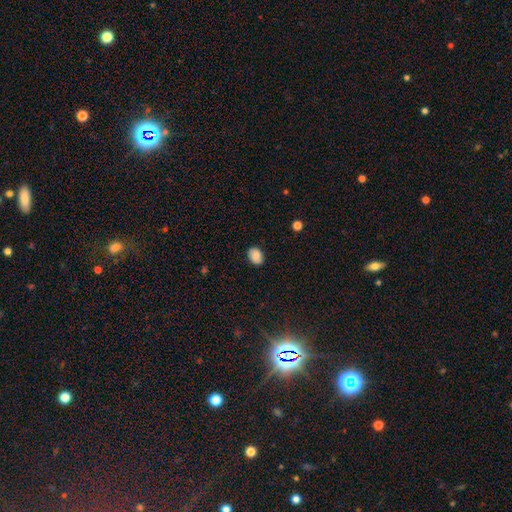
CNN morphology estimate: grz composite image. It shows a smooth galaxy with no disk features (85%) that is in between round and cigar-shaped (72%). Merging: none (84%).